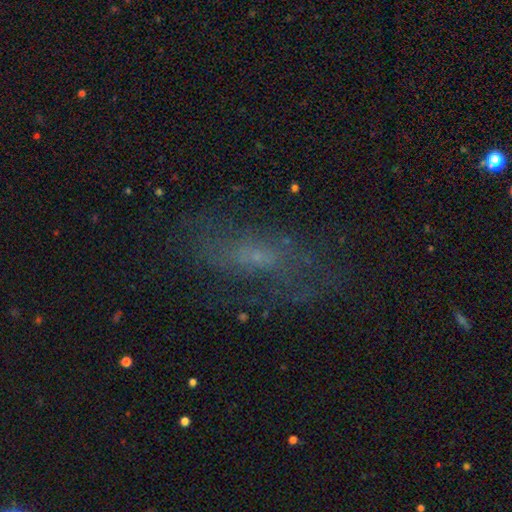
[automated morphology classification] smooth_or_featured: featured or disk (p=0.49) [alt: smooth p=0.34]
merging: none (p=0.59) [alt: minor disturbance p=0.21]